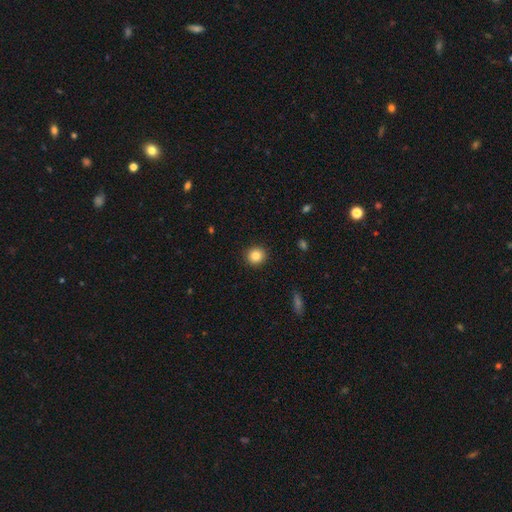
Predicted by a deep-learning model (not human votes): smooth_or_featured: smooth (p=0.85) [alt: star or artifact p=0.10]
how_rounded: round (p=0.90) [alt: in between p=0.09]
merging: none (p=0.92) [alt: minor disturbance p=0.05]